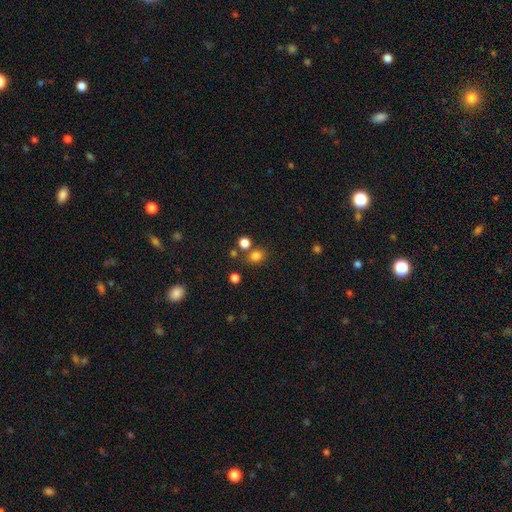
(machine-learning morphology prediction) A smooth galaxy with no disk features (79%) that is round (63%).

Vote fractions:
- Smooth or featured? smooth: 79% / star or artifact: 15% / featured or disk: 6%
- How rounded? round: 63% / in between: 36% / cigar-shaped: 1%
- Merging? none: 72% / merger: 14% / minor disturbance: 10% / major disturbance: 4%